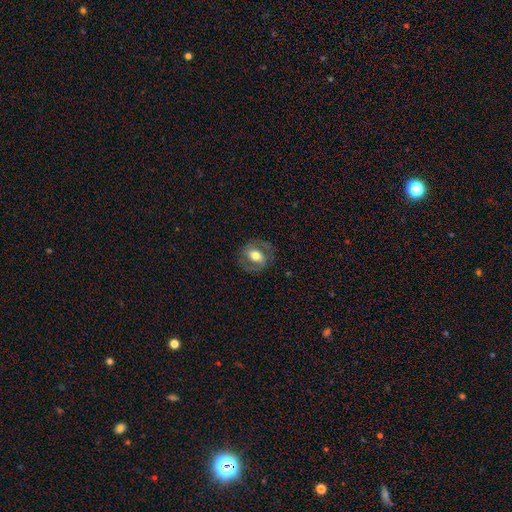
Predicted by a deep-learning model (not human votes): Smooth or featured? Predicted: featured or disk (p=0.53). Edge-on disk? Predicted: no (p=0.94). Merging? Predicted: none (p=0.77).